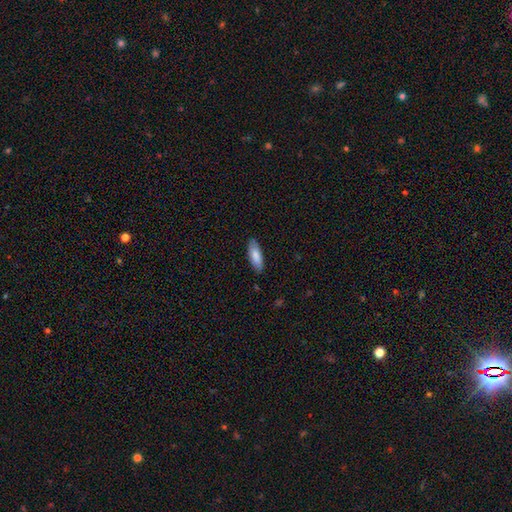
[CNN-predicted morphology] The model was most divided on "how rounded": in between: 66%, cigar-shaped: 32%, round: 2%. More confident: merging — none (86%); smooth or featured — smooth (83%).